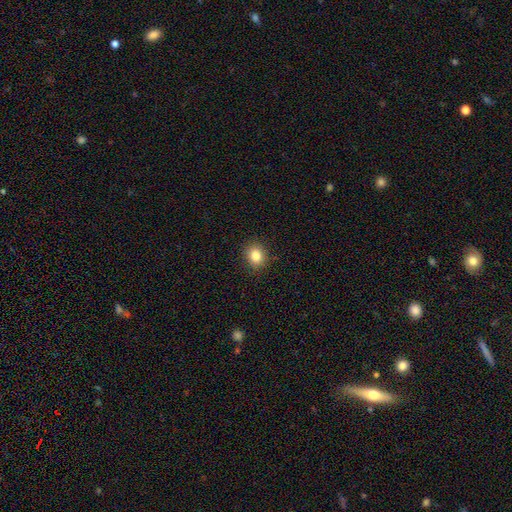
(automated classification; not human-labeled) smooth_or_featured: smooth (p=0.84) [alt: star or artifact p=0.10]
how_rounded: round (p=0.67) [alt: in between p=0.32]
merging: none (p=0.90) [alt: minor disturbance p=0.07]